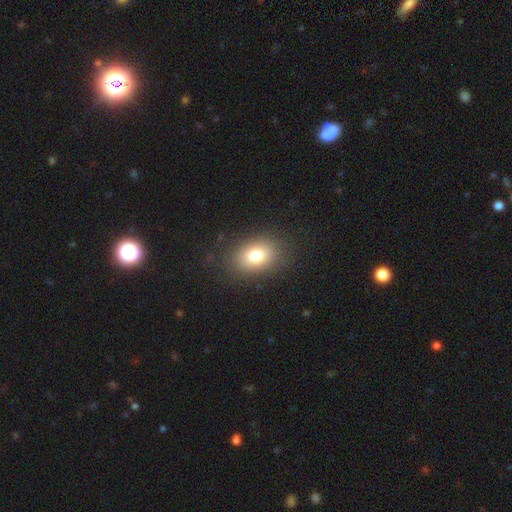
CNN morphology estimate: smooth-or-featured: smooth: 78% | star or artifact: 11% | featured or disk: 11%
  how-rounded: in between: 75% | round: 24% | cigar-shaped: 1%
  merging: none: 85% | minor disturbance: 10% | major disturbance: 4% | merger: 1%